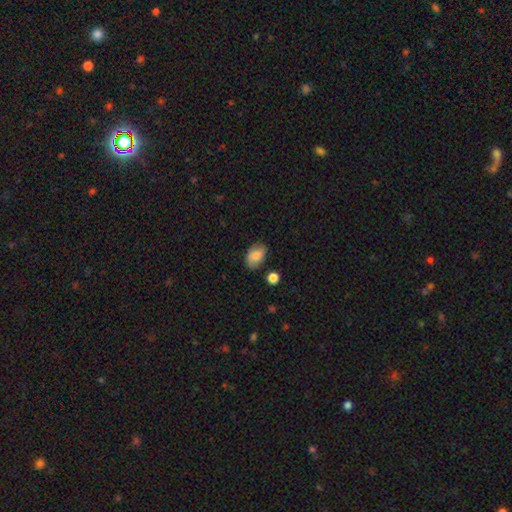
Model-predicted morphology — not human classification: smooth-or-featured: smooth: 81% | featured or disk: 12% | star or artifact: 7%
  how-rounded: in between: 87% | round: 12% | cigar-shaped: 1%
  merging: none: 77% | minor disturbance: 17% | major disturbance: 4% | merger: 3%